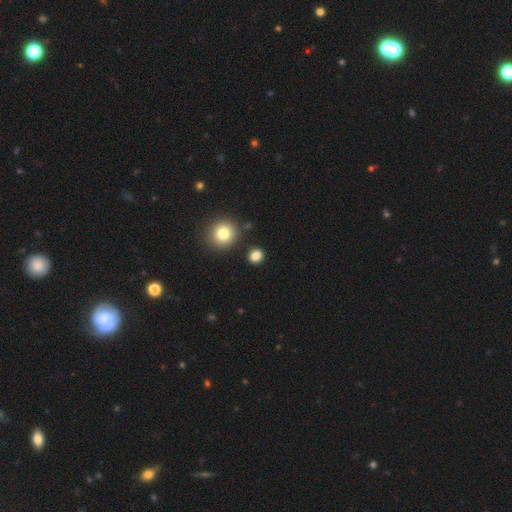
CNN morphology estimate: type=smooth (84%); roundness=round (72%); merging=none (86%).